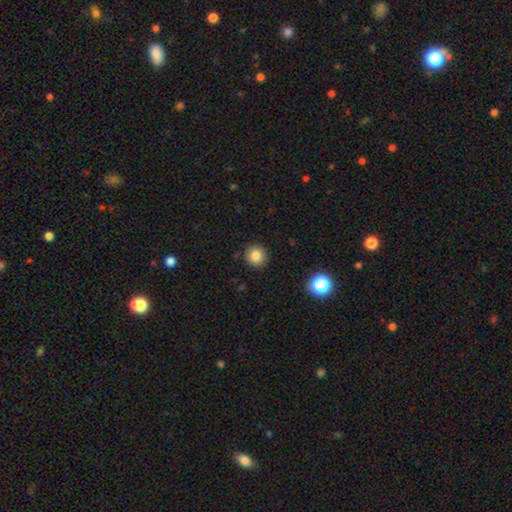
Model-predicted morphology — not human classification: Smooth or featured: smooth — 83% (star or artifact — 11%)
How rounded: round — 93% (in between — 6%)
Merging: none — 91% (minor disturbance — 6%)